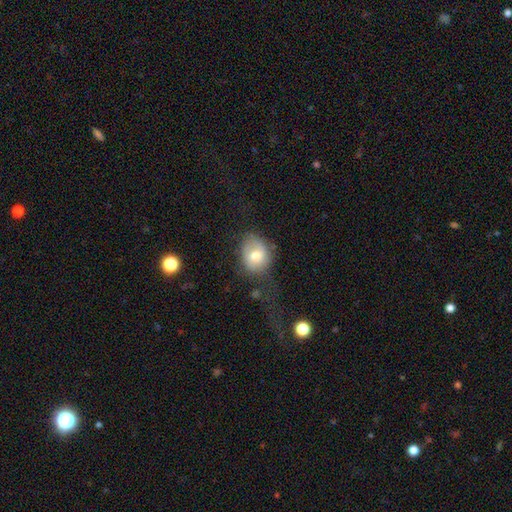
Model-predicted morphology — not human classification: A smooth galaxy with no disk features (71%) that is round (55%).

Vote fractions:
- Smooth or featured? smooth: 71% / featured or disk: 21% / star or artifact: 8%
- How rounded? round: 55% / in between: 44% / cigar-shaped: 1%
- Merging? none: 53% / minor disturbance: 27% / major disturbance: 17% / merger: 3%